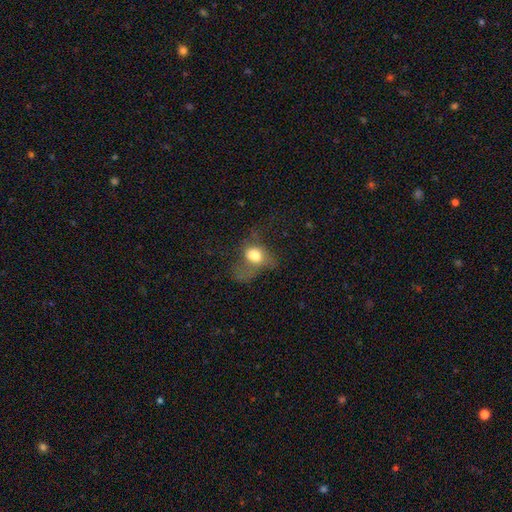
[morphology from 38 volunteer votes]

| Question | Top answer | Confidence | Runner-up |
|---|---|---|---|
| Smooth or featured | smooth | 68% | featured or disk (24%) |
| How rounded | in between | 81% | round (19%) |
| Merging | major disturbance | 66% | none (26%) |